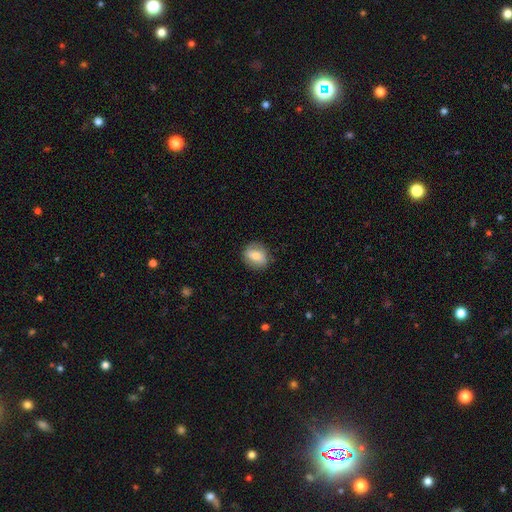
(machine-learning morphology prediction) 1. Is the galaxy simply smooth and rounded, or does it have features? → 65% smooth, 27% featured or disk, 8% star or artifact.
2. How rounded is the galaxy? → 61% round, 37% in between, 2% cigar-shaped.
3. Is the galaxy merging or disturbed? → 82% none, 13% minor disturbance, 4% major disturbance, 1% merger.